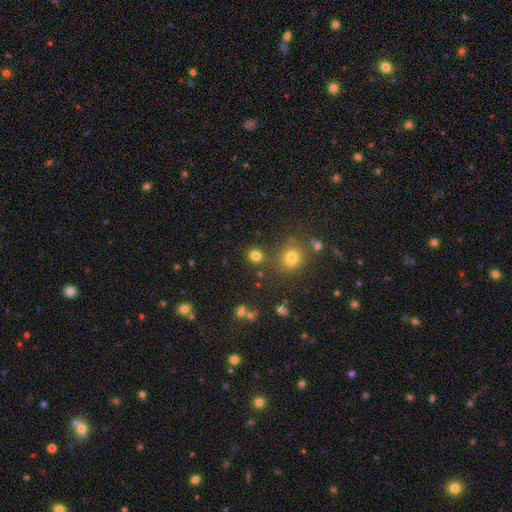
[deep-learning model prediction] Smooth or featured? Predicted: smooth (p=0.78). How rounded? Predicted: round (p=0.72). Merging? Predicted: none (p=0.79).